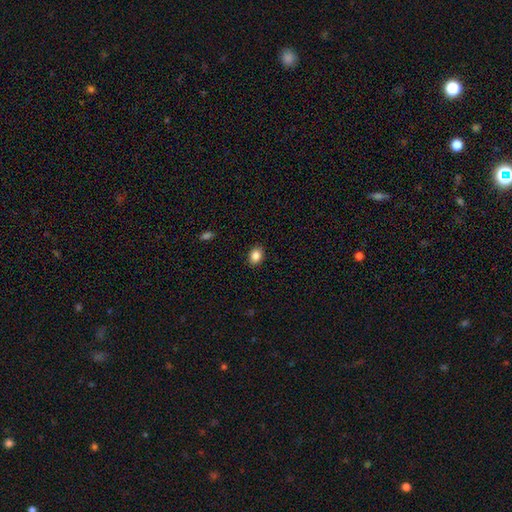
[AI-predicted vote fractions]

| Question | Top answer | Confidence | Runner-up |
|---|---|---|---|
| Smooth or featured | smooth | 86% | star or artifact (9%) |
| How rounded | in between | 65% | round (34%) |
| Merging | none | 90% | minor disturbance (7%) |